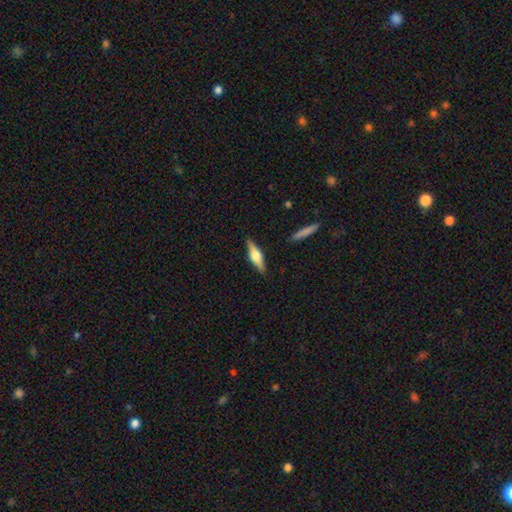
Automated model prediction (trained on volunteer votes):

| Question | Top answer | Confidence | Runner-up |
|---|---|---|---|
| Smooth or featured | featured or disk | 61% | smooth (33%) |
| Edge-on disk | yes | 96% | no (4%) |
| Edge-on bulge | rounded | 91% | boxy (7%) |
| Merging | none | 88% | minor disturbance (8%) |